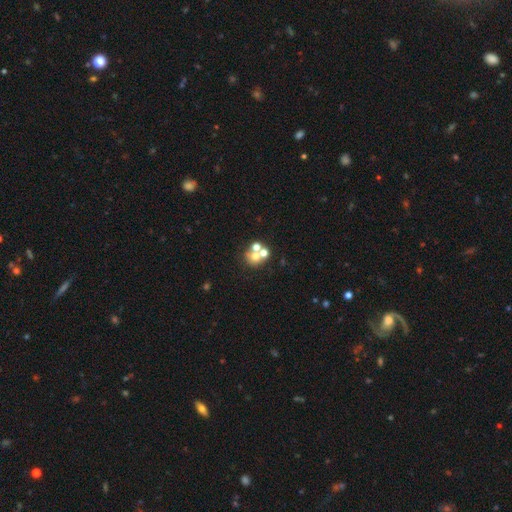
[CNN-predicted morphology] smooth_or_featured: smooth (p=0.55) [alt: featured or disk p=0.26]
how_rounded: round (p=0.80) [alt: in between p=0.19]
merging: merger (p=0.48) [alt: none p=0.39]